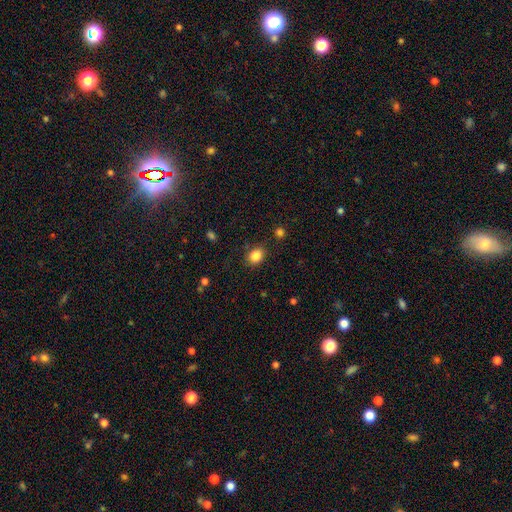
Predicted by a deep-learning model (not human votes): smooth-or-featured: smooth: 84% | star or artifact: 11% | featured or disk: 5%
  how-rounded: round: 61% | in between: 38% | cigar-shaped: 1%
  merging: none: 83% | minor disturbance: 12% | major disturbance: 3% | merger: 2%